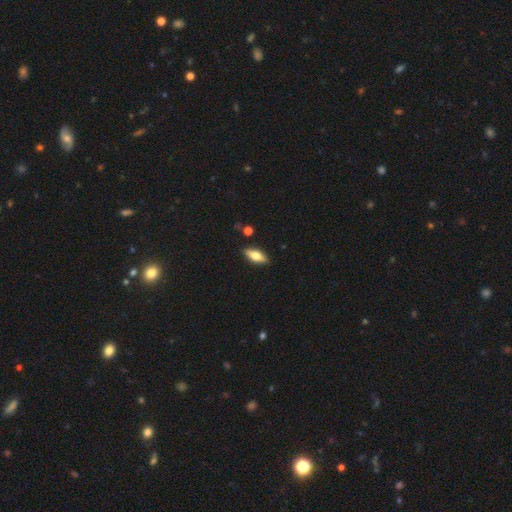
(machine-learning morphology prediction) Smooth or featured? smooth (62%)
How rounded? in between (75%)
Merging? none (87%)